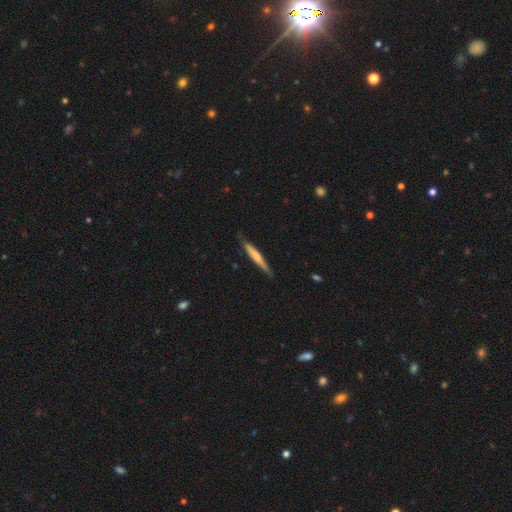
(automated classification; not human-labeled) smooth-or-featured: smooth: 57% | featured or disk: 38% | star or artifact: 5%
  how-rounded: cigar-shaped: 94% | in between: 5% | round: 1%
  merging: none: 81% | minor disturbance: 15% | major disturbance: 2% | merger: 1%